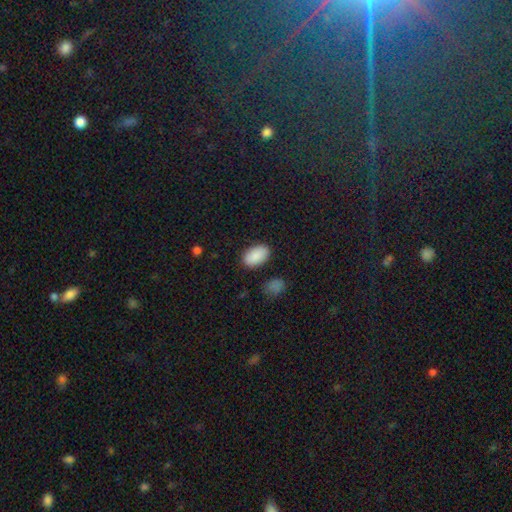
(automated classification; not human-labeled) smooth-or-featured: smooth: 90% | star or artifact: 6% | featured or disk: 3%
  how-rounded: in between: 94% | round: 5% | cigar-shaped: 1%
  merging: none: 86% | minor disturbance: 10% | major disturbance: 3% | merger: 2%